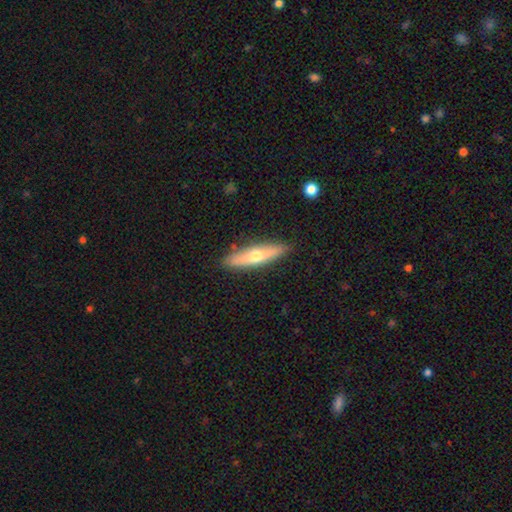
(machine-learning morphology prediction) Smooth or featured? smooth (51%)
How rounded? cigar-shaped (71%)
Merging? none (87%)